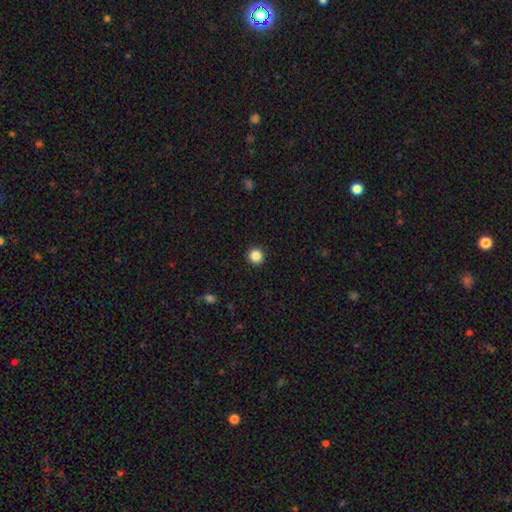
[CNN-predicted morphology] smooth 87%, star or artifact 10%, featured or disk 3%. Down the decision tree: how rounded — round (95%); merging — none (94%).